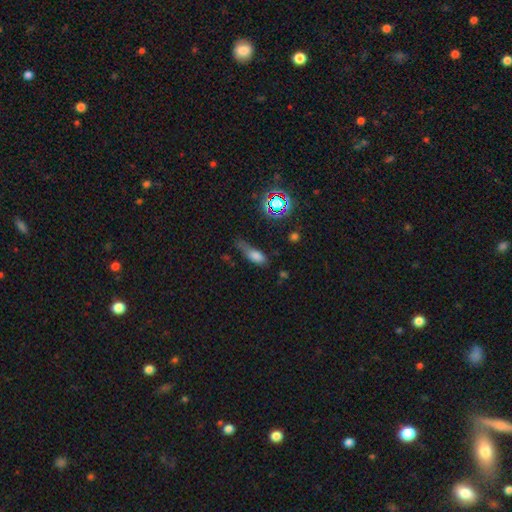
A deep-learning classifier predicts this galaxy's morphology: smooth_or_featured: smooth (p=0.71) [alt: star or artifact p=0.15]
how_rounded: in between (p=0.68) [alt: cigar-shaped p=0.26]
merging: minor disturbance (p=0.38) [alt: none p=0.34]